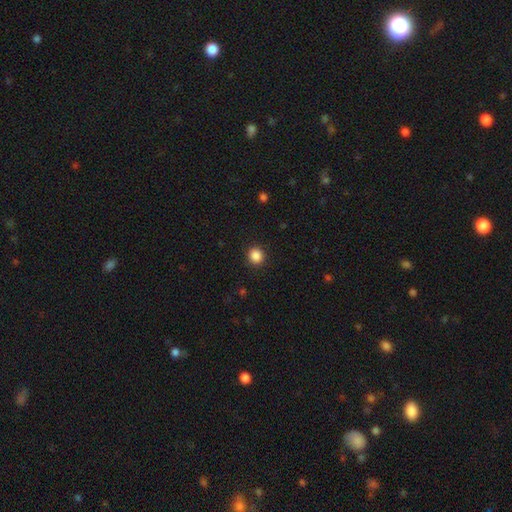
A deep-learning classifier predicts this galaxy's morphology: The model was most divided on "smooth or featured": smooth: 87%, star or artifact: 11%, featured or disk: 3%. More confident: merging — none (91%); how rounded — round (90%).